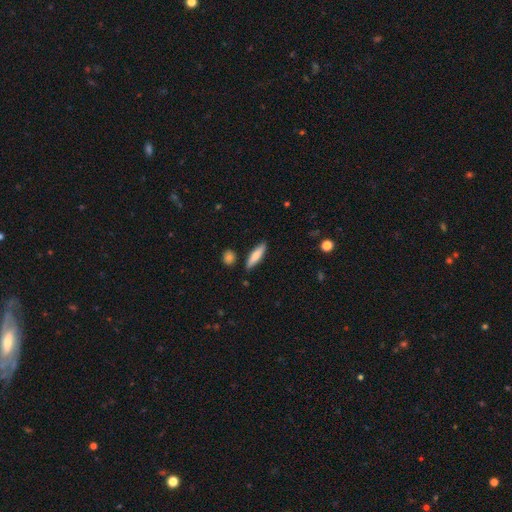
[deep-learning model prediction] This is likely a smooth galaxy (71%). How rounded: likely cigar-shaped (74%). Merging: clearly none (86%).